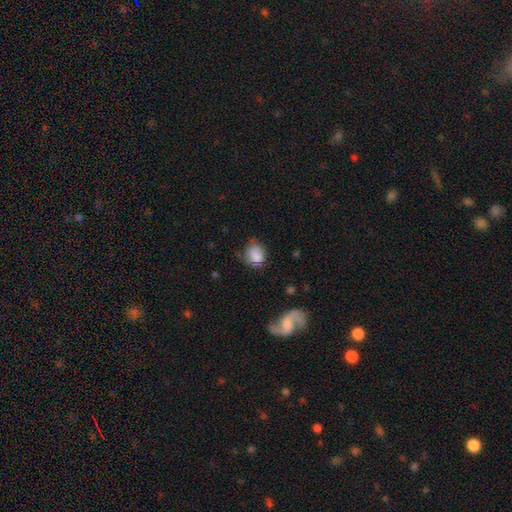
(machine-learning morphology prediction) Smooth or featured?
  - smooth: 80% *
  - featured or disk: 12%
  - star or artifact: 8%
How rounded?
  - round: 54% *
  - in between: 45%
  - cigar-shaped: 1%
Merging?
  - none: 57% *
  - minor disturbance: 30%
  - major disturbance: 10%
  - merger: 3%